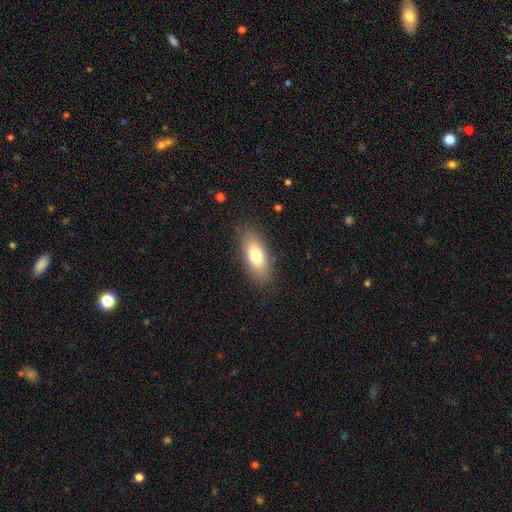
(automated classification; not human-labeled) smooth-or-featured: smooth: 75% | featured or disk: 18% | star or artifact: 7%
  how-rounded: in between: 83% | cigar-shaped: 14% | round: 4%
  merging: none: 84% | minor disturbance: 12% | major disturbance: 3% | merger: 1%